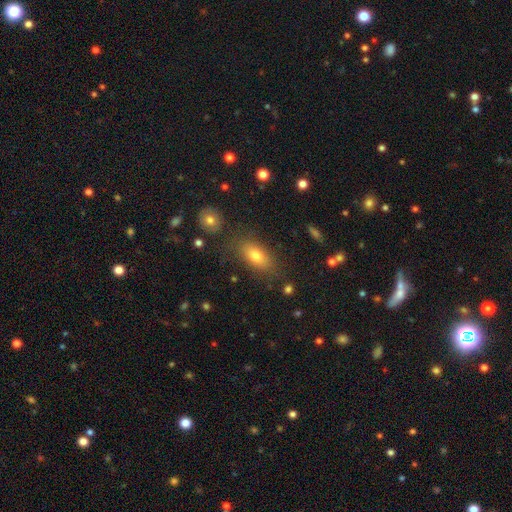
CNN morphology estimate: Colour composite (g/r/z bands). It shows a smooth galaxy with no disk features (74%) that is in between round and cigar-shaped (82%). Merging: none (77%).